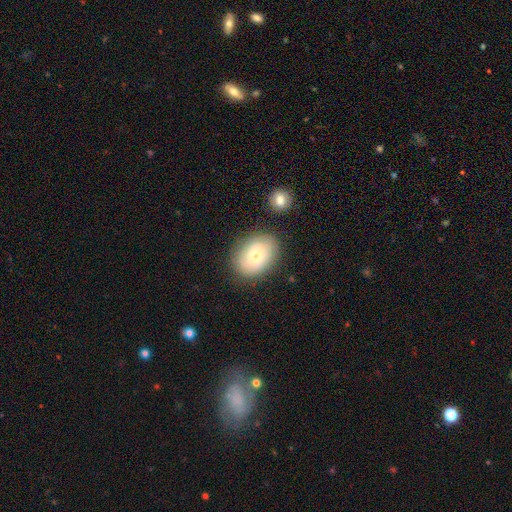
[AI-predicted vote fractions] This appears to be a smooth galaxy with no disk features (59%) that is in between round and cigar-shaped (73%). Merging: none (78%).